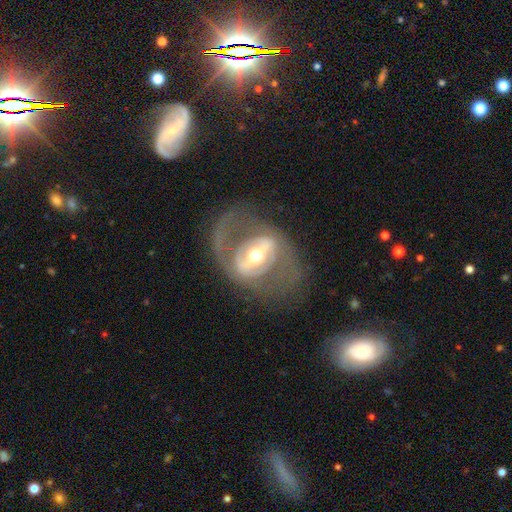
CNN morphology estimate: A featured or disk galaxy (80%) with a strong bar (56%), spiral arms (55%) and a moderate central bulge (67%). Merging: none (59%).